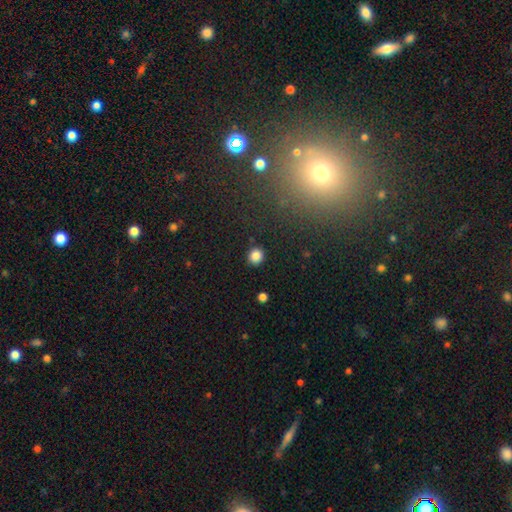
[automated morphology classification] Overall: smooth (84%). How rounded: round (88%). Merging: none (90%).